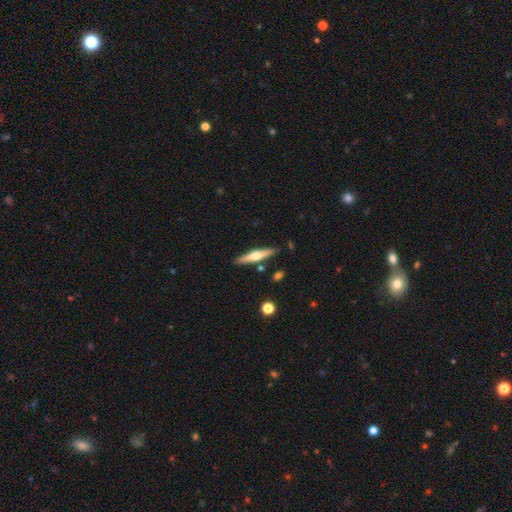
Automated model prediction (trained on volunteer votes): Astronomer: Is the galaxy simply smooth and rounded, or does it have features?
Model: featured or disk — 56% (runner-up: smooth, 39%).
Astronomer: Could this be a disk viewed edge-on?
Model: yes — 96%.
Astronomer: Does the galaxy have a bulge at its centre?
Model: rounded — 91%.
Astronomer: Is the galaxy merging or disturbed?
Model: none — 86%.